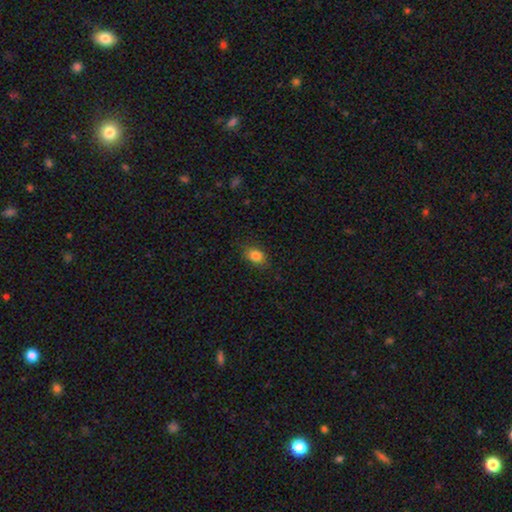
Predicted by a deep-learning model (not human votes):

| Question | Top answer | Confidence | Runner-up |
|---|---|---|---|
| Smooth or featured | smooth | 84% | star or artifact (10%) |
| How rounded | in between | 73% | round (26%) |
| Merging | none | 82% | minor disturbance (14%) |